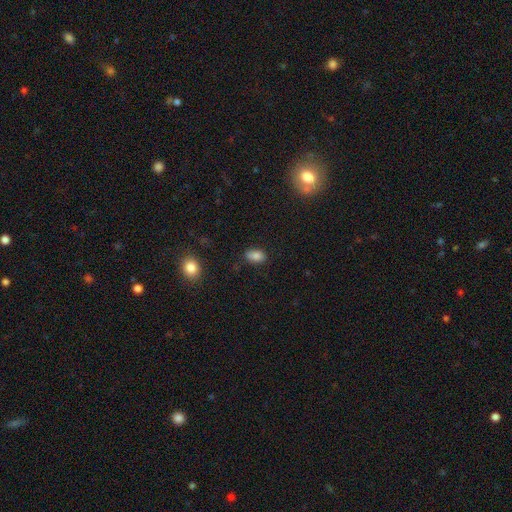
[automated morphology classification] Smooth or featured?
  - smooth: 84% *
  - star or artifact: 10%
  - featured or disk: 6%
How rounded?
  - in between: 89% *
  - round: 9%
  - cigar-shaped: 2%
Merging?
  - none: 79% *
  - minor disturbance: 15%
  - major disturbance: 3%
  - merger: 2%